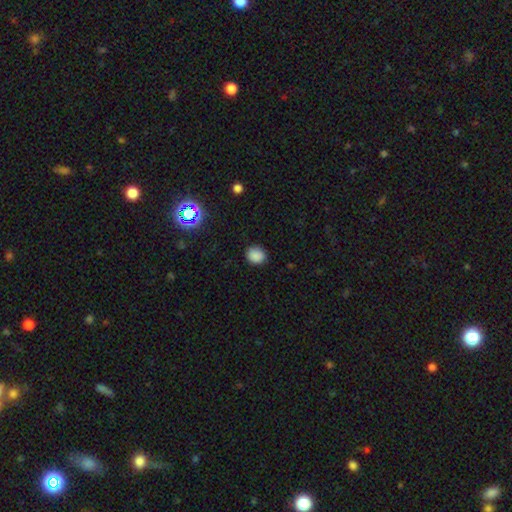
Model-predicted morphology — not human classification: A smooth galaxy with no disk features (84%) that is round (68%). Merging: none (86%).